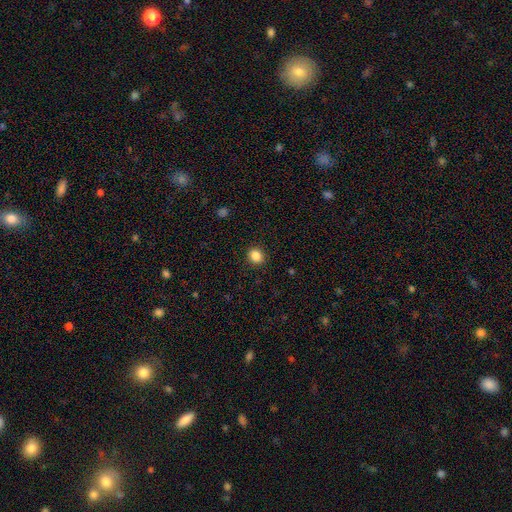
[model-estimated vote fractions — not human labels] Morphology: type=smooth (86%); roundness=round (74%); merging=none (90%).